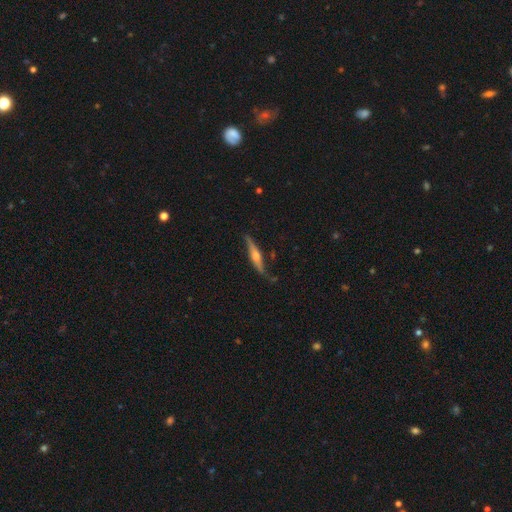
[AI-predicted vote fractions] A featured or disk galaxy (67%) viewed edge-on (93%) with a rounded central bulge (86%). Merging: none (76%).